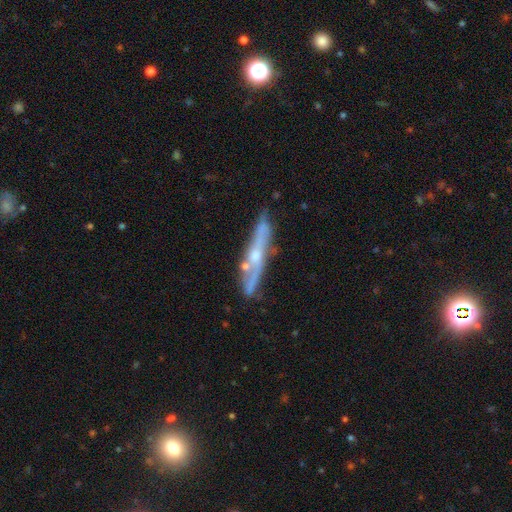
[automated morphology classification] Overall: featured or disk (71%). Edge-on disk: yes (76%). Edge-on bulge: rounded (75%). Merging: none (61%; minor disturbance 22%).